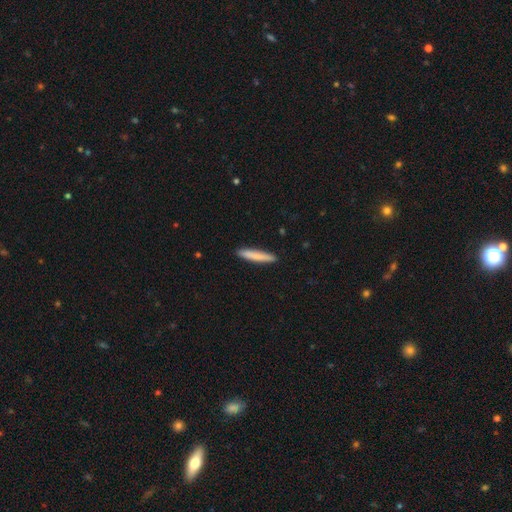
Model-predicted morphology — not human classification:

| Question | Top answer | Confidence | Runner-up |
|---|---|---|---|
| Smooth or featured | smooth | 81% | featured or disk (14%) |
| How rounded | cigar-shaped | 93% | in between (5%) |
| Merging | none | 91% | minor disturbance (7%) |